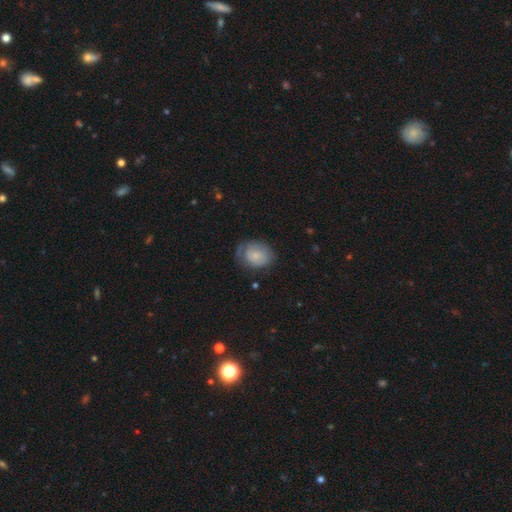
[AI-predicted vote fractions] smooth_or_featured: smooth (p=0.63) [alt: featured or disk p=0.30]
how_rounded: in between (p=0.54) [alt: round p=0.45]
merging: none (p=0.53) [alt: minor disturbance p=0.30]